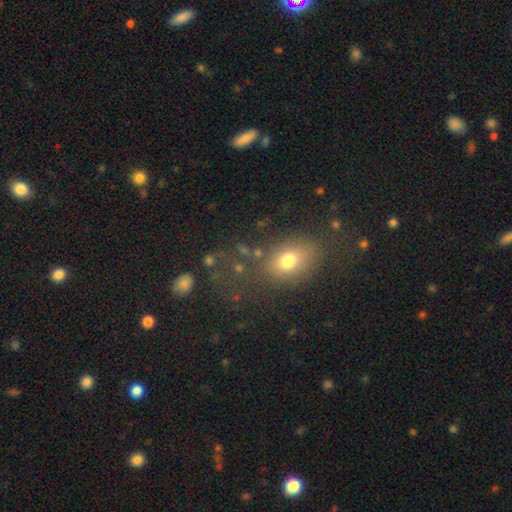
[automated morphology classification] Smooth or featured? smooth (67%)
How rounded? in between (61%)
Merging? none (68%)